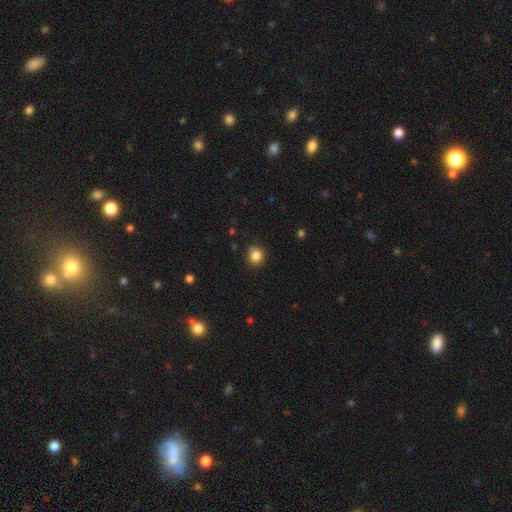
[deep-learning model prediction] This is clearly a smooth galaxy (84%). How rounded: clearly round (81%). Merging: clearly none (80%).